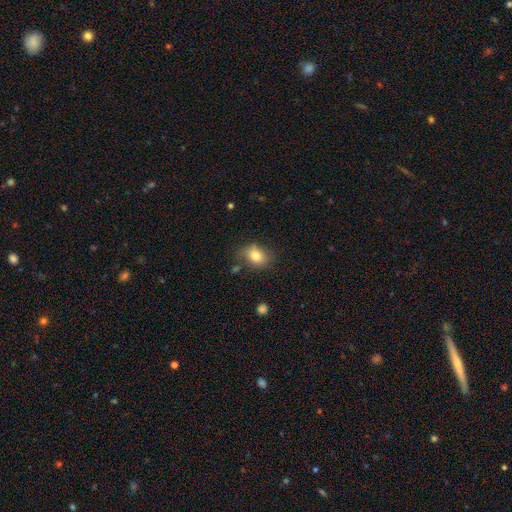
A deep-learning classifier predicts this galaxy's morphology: The model was most divided on "how rounded": in between: 71%, round: 28%, cigar-shaped: 1%. More confident: smooth or featured — smooth (79%); merging — none (72%).